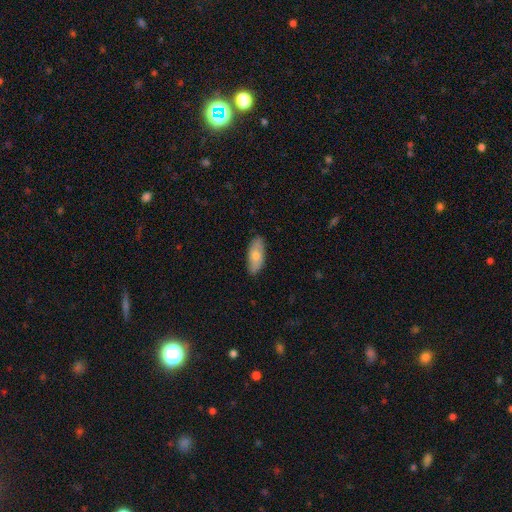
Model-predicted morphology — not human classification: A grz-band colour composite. It shows a smooth galaxy with no disk features (69%) that is in between round and cigar-shaped (83%). Merging: none (85%).